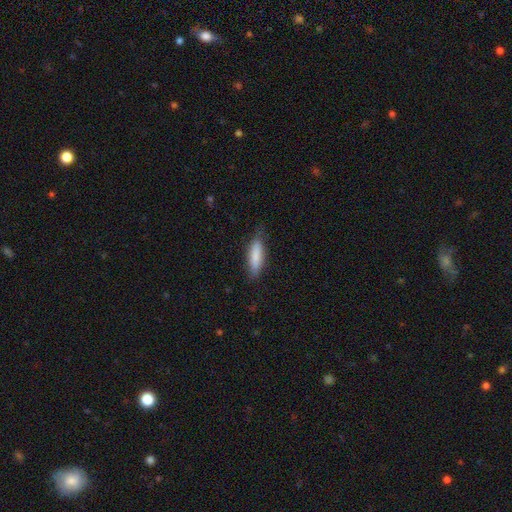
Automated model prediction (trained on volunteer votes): smooth 82%, featured or disk 12%, star or artifact 6%. Down the decision tree: how rounded — cigar-shaped (58%); merging — none (75%).